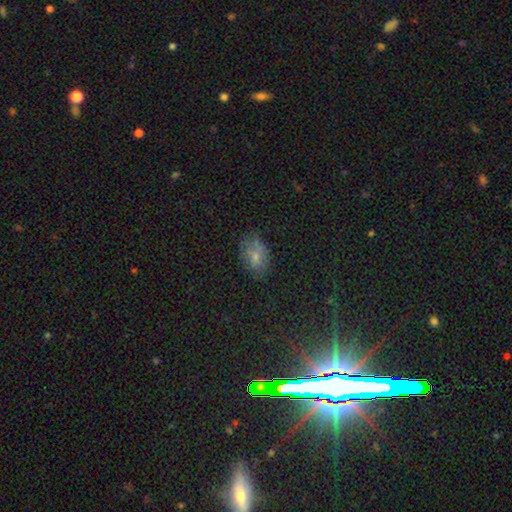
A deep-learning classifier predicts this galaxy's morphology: smooth 64%, star or artifact 19%, featured or disk 17%. Down the decision tree: how rounded — in between (81%); merging — none (65%).